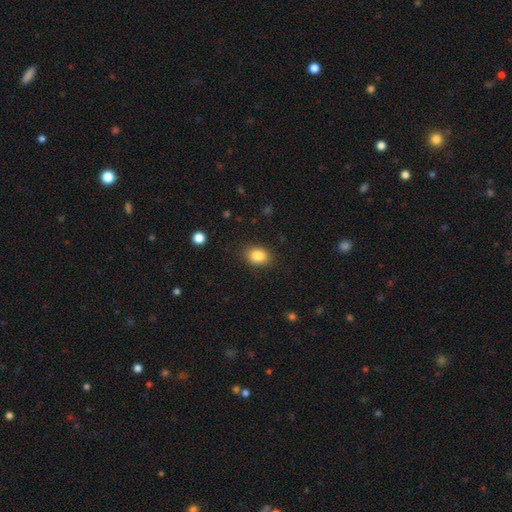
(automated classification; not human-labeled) smooth 85%, star or artifact 9%, featured or disk 5%. Down the decision tree: how rounded — in between (60%); merging — none (87%).